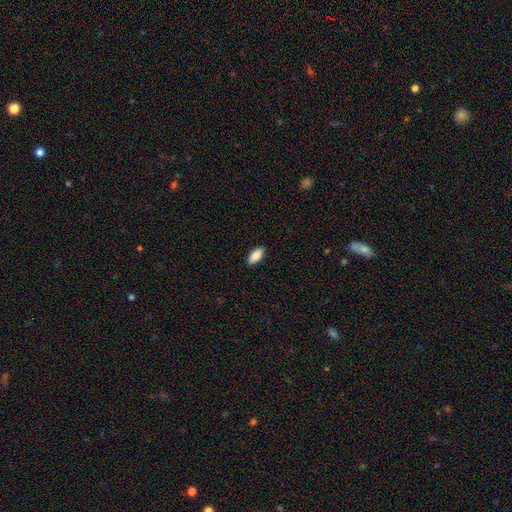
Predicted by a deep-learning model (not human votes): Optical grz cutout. It shows a smooth galaxy with no disk features (88%) that is in between round and cigar-shaped (88%). Merging: none (89%).